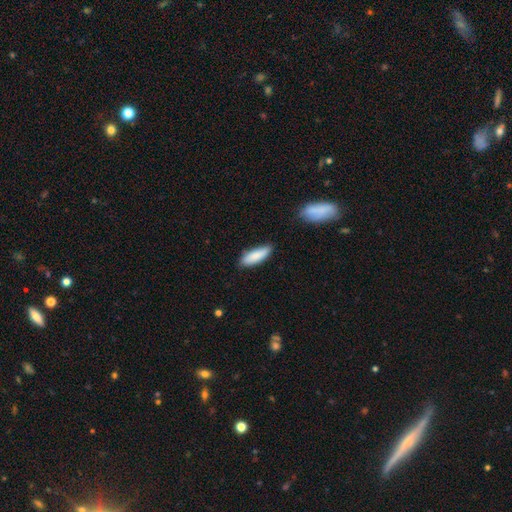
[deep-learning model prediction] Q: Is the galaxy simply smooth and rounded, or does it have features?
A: smooth — 86%.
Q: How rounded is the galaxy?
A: in between — 56%.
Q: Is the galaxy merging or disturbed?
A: none — 80%.